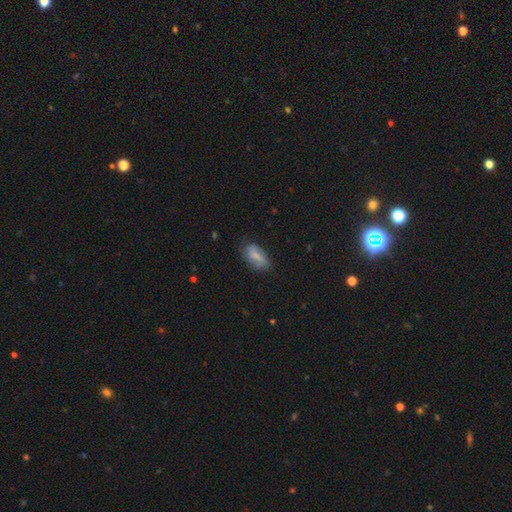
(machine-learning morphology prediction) Smooth or featured? smooth (60%)
How rounded? in between (89%)
Merging? none (68%)